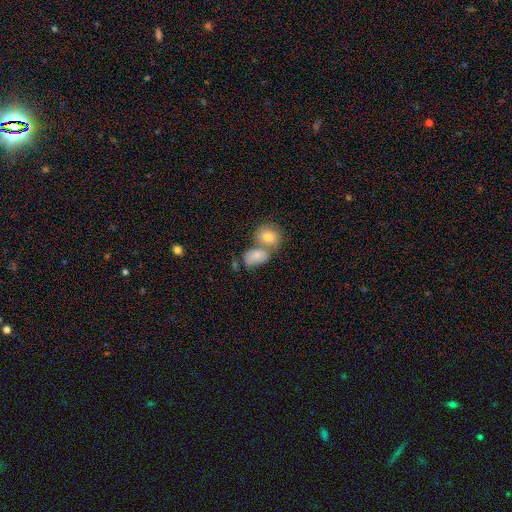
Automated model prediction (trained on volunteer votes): The model was most divided on "merging": merger: 56%, none: 29%, minor disturbance: 10%, major disturbance: 5%. More confident: smooth or featured — smooth (79%); how rounded — in between (78%).